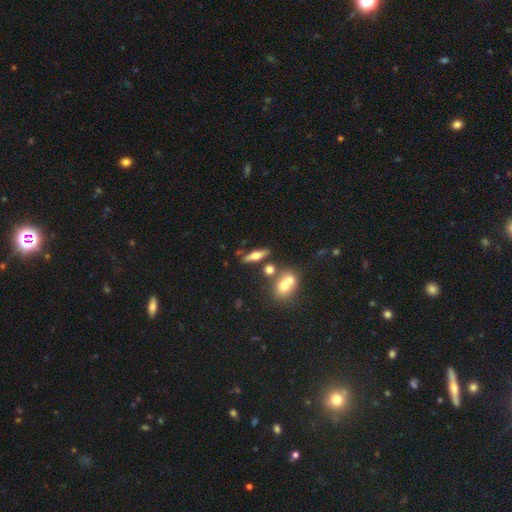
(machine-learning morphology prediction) This is likely a featured or disk galaxy (61%). It is clearly viewed edge-on (91%). Edge-on bulge: clearly rounded (95%). Merging: likely none (74%).